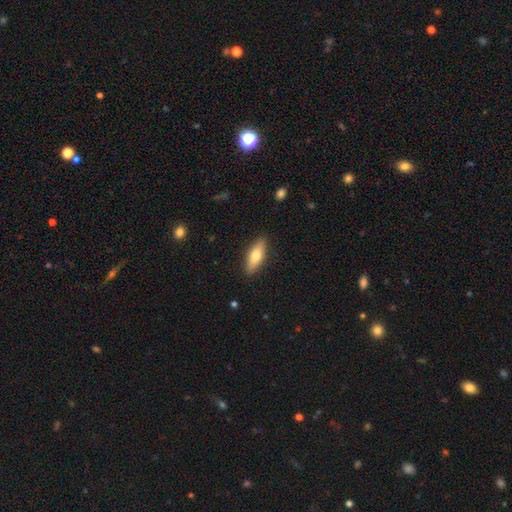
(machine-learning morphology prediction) Overall: smooth (66%; featured or disk 28%). How rounded: in between (60%; cigar-shaped 38%). Merging: none (88%).